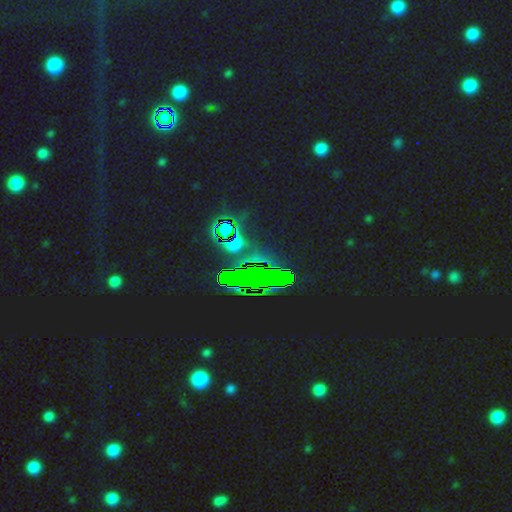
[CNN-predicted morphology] This is likely a star or artifact rather than a galaxy (79%).